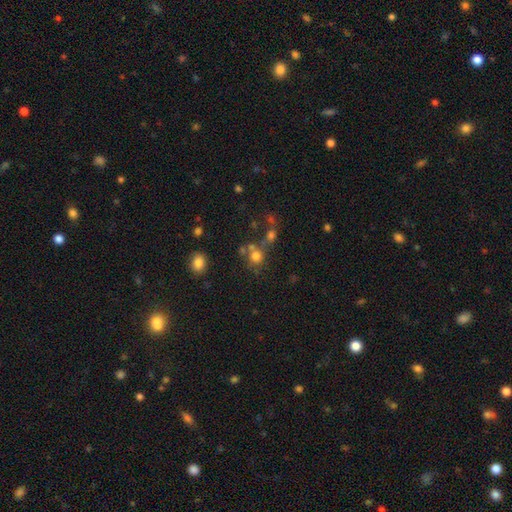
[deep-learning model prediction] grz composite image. It shows a smooth galaxy with no disk features (72%) that is round (85%). Merging: none (50%).